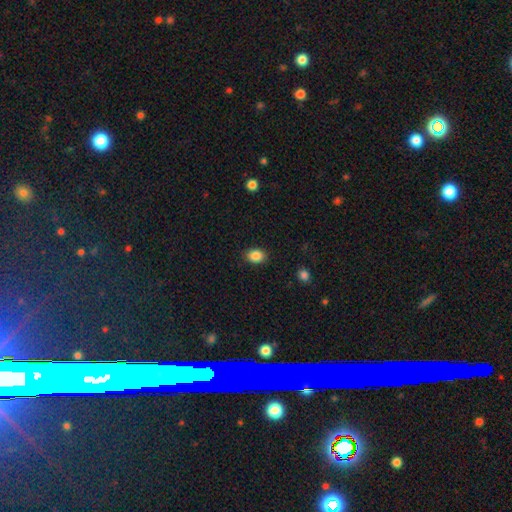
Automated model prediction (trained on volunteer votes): Morphology: type=smooth (87%); roundness=in between (65%); merging=none (88%).